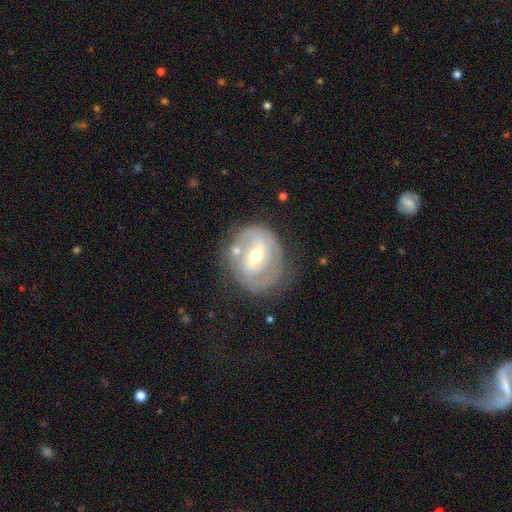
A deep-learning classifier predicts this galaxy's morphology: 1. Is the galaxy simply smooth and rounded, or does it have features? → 77% featured or disk, 17% smooth, 6% star or artifact.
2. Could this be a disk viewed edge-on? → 96% no, 4% yes.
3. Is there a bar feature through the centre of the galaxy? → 46% weak, 35% strong, 20% no.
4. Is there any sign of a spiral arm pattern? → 70% yes, 30% no.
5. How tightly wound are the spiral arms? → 58% tight, 30% medium, 12% loose.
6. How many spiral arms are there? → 55% 2, 28% can't tell, 7% 1, 6% 3, 2% 4, 2% more than 4.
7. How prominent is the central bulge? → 68% moderate, 25% small, 5% large, 1% none, 1% dominant.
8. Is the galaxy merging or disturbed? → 65% none, 19% minor disturbance, 9% major disturbance, 7% merger.